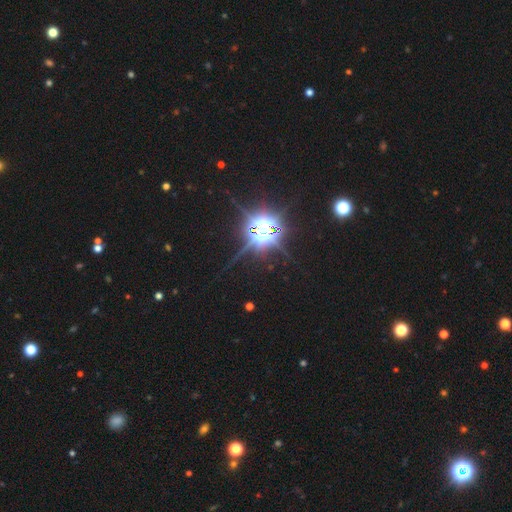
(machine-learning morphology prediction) type=star or artifact (84%).